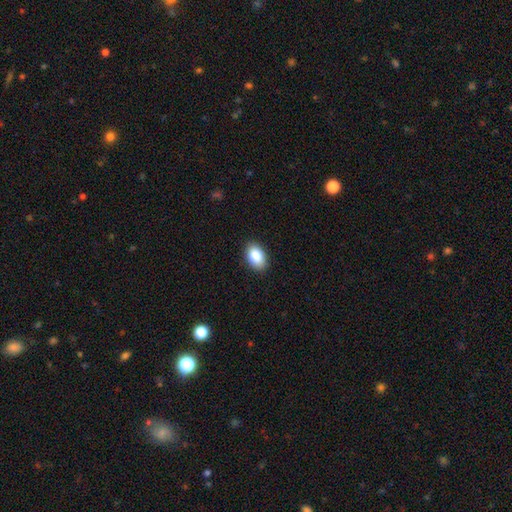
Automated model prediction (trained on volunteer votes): A smooth galaxy with no disk features (85%) that is in between round and cigar-shaped (89%).

Vote fractions:
- Smooth or featured? smooth: 85% / star or artifact: 8% / featured or disk: 7%
- How rounded? in between: 89% / round: 10% / cigar-shaped: 1%
- Merging? none: 90% / minor disturbance: 7% / major disturbance: 2% / merger: 1%